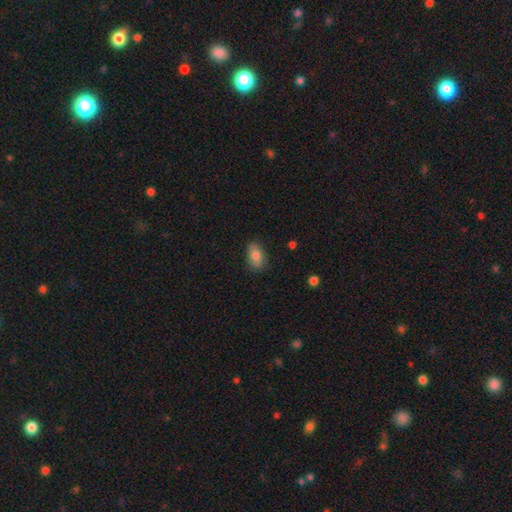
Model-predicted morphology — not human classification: This appears to be a smooth galaxy with no disk features (80%) that is in between round and cigar-shaped (89%). Merging: none (80%).